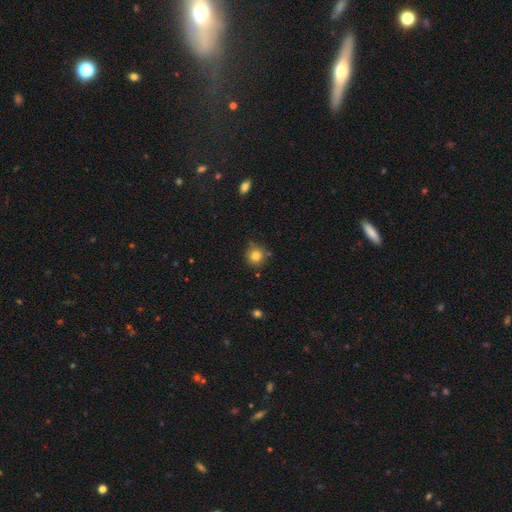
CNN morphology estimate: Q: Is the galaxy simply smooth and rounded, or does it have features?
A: smooth — 80%.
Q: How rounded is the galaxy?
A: round — 92%.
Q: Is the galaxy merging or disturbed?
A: none — 78%.